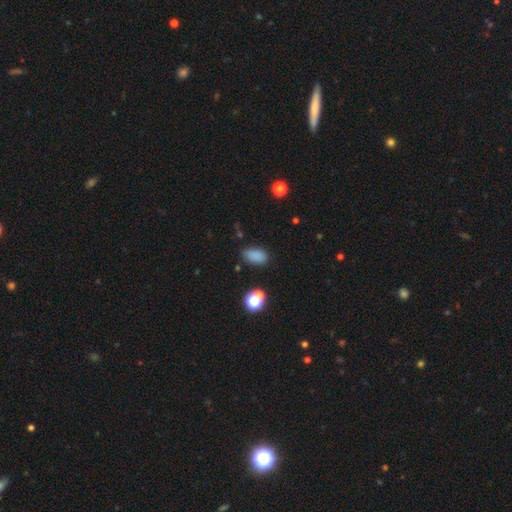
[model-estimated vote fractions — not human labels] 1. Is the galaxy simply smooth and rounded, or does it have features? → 83% smooth, 13% star or artifact, 5% featured or disk.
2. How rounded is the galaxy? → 90% in between, 7% round, 3% cigar-shaped.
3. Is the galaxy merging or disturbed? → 80% none, 13% minor disturbance, 4% major disturbance, 3% merger.